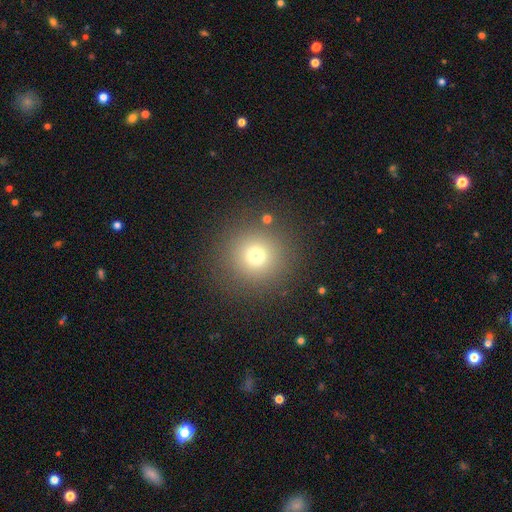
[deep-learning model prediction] smooth-or-featured: smooth: 72% | star or artifact: 18% | featured or disk: 10%
  how-rounded: round: 95% | in between: 4% | cigar-shaped: 1%
  merging: none: 88% | minor disturbance: 6% | major disturbance: 4% | merger: 2%